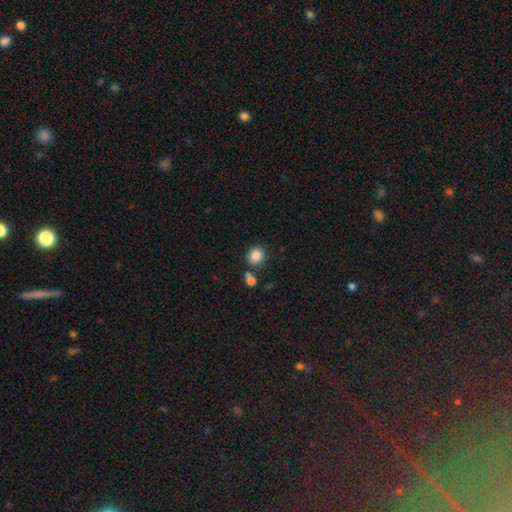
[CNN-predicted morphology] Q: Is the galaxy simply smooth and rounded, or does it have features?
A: smooth — 85%.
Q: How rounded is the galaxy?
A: round — 79%.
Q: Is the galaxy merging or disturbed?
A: none — 75%.